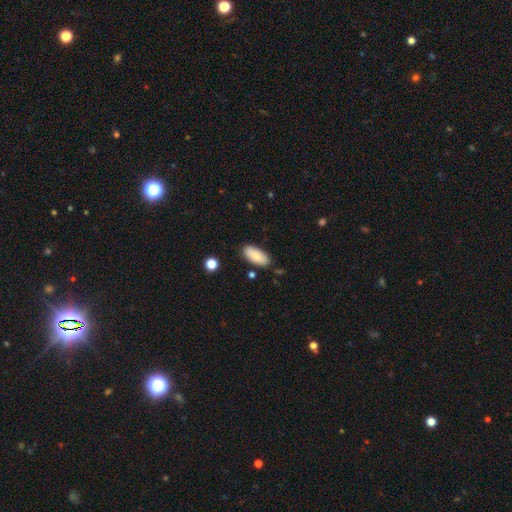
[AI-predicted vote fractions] smooth-or-featured: smooth: 84% | featured or disk: 10% | star or artifact: 7%
  how-rounded: in between: 89% | cigar-shaped: 9% | round: 2%
  merging: none: 82% | minor disturbance: 13% | merger: 3% | major disturbance: 2%